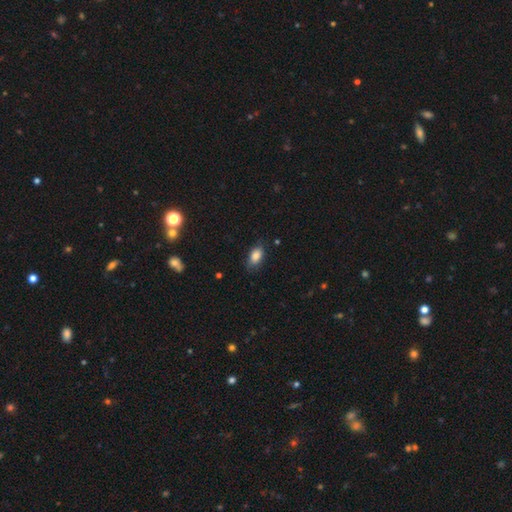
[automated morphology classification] type=smooth (85%); roundness=in between (89%); merging=none (80%).